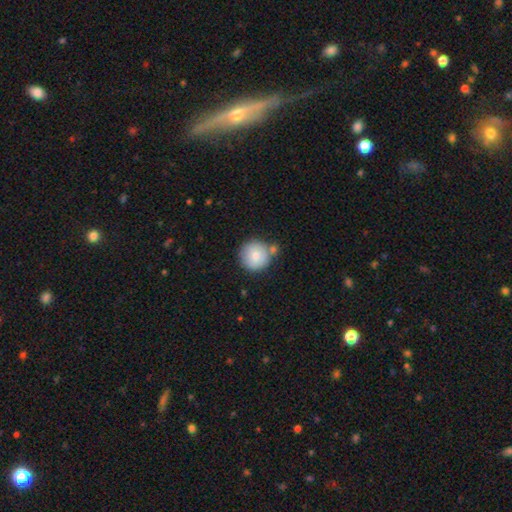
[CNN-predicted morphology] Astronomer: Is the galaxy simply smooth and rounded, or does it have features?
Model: smooth — 79%.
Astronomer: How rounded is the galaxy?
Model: round — 95%.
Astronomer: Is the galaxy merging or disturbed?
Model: none — 66%.